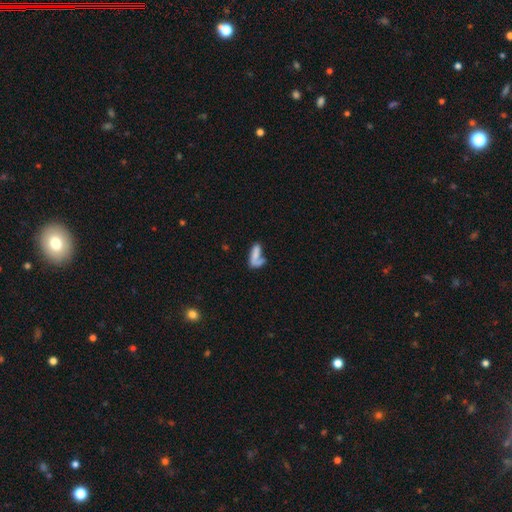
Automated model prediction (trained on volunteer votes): Morphology: type=smooth (62%); roundness=in between (64%); merging=merger (40%).